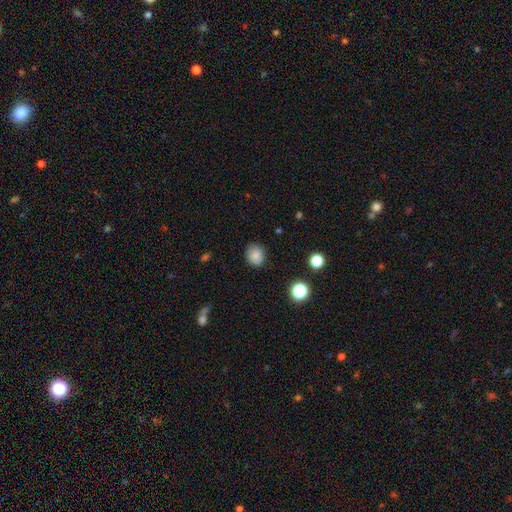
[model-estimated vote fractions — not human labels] Smooth or featured?
  - smooth: 84% *
  - star or artifact: 11%
  - featured or disk: 6%
How rounded?
  - round: 72% *
  - in between: 27%
  - cigar-shaped: 1%
Merging?
  - none: 83% *
  - minor disturbance: 13%
  - major disturbance: 3%
  - merger: 1%